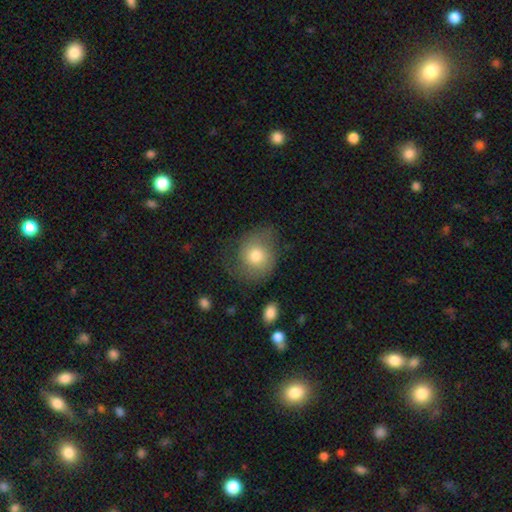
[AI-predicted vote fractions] A smooth galaxy with no disk features (61%) that is round (72%). Merging: none (58%).